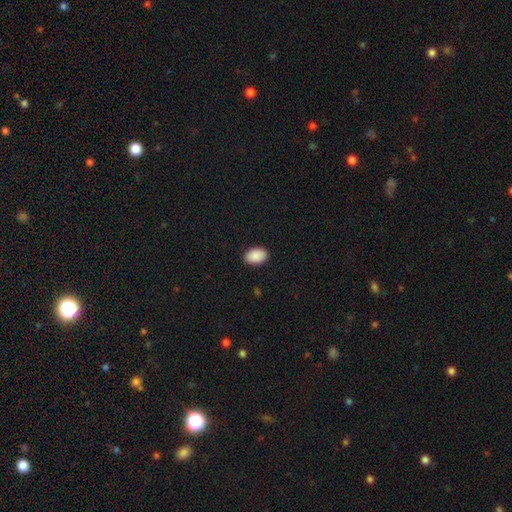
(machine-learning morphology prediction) This is clearly a smooth galaxy (91%). How rounded: clearly in between (89%). Merging: clearly none (90%).